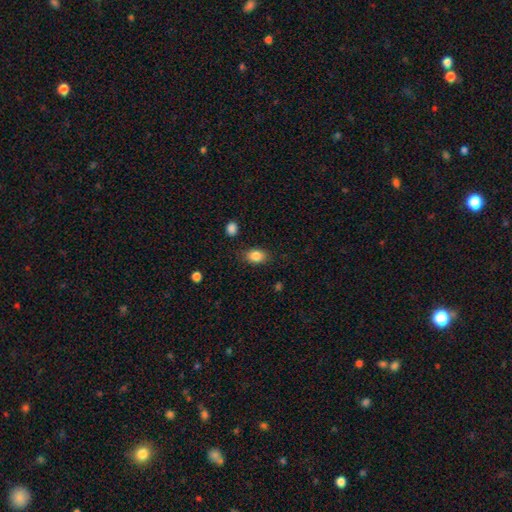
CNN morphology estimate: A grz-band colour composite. It shows a smooth galaxy with no disk features (85%) that is in between round and cigar-shaped (76%). Merging: none (82%).